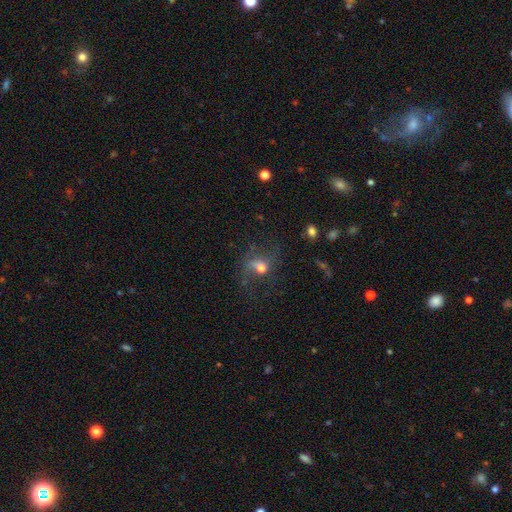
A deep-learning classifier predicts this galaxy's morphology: Overall: featured or disk (46%; smooth 27%). Merging: none (61%).